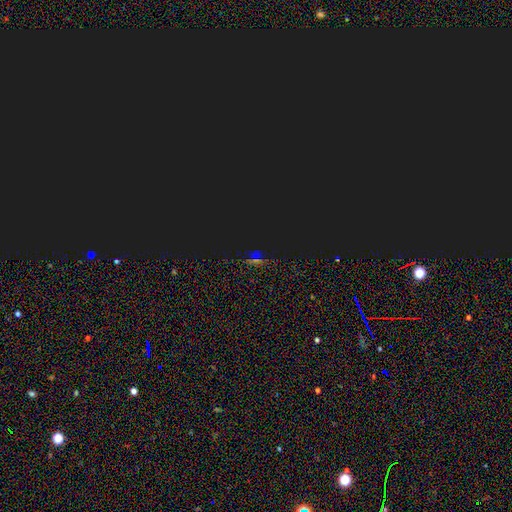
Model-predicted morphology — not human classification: type=star or artifact (76%).